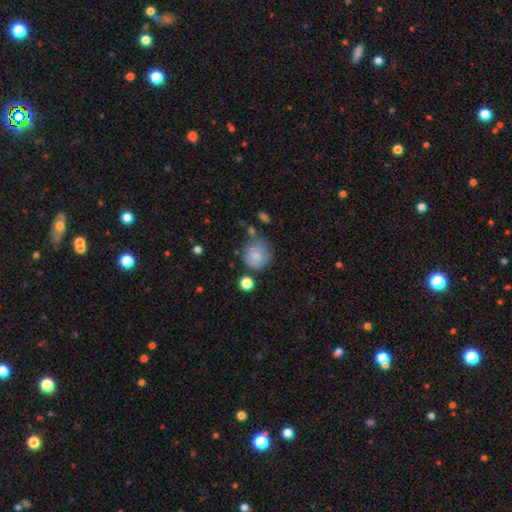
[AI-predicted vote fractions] This appears to be a smooth galaxy with no disk features (76%) that is round (85%). Merging: none (56%).